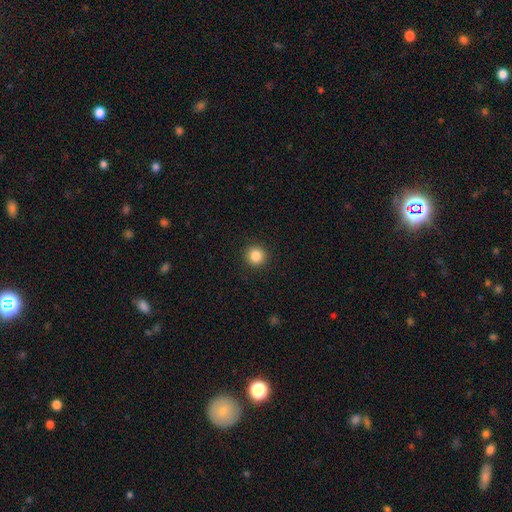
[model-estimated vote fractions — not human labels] Overall: smooth (85%). How rounded: round (94%). Merging: none (92%).